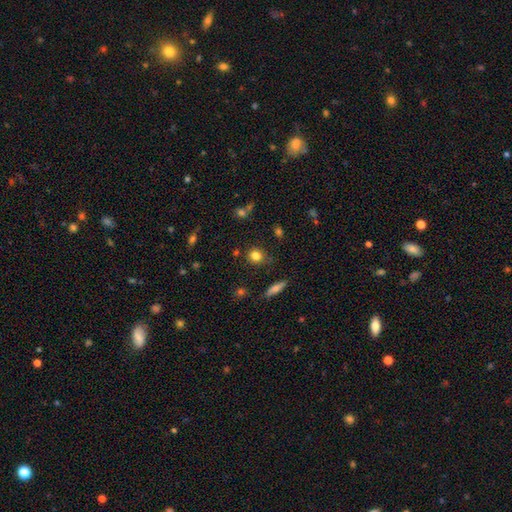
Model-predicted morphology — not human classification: Smooth or featured? smooth (81%)
How rounded? round (76%)
Merging? none (80%)